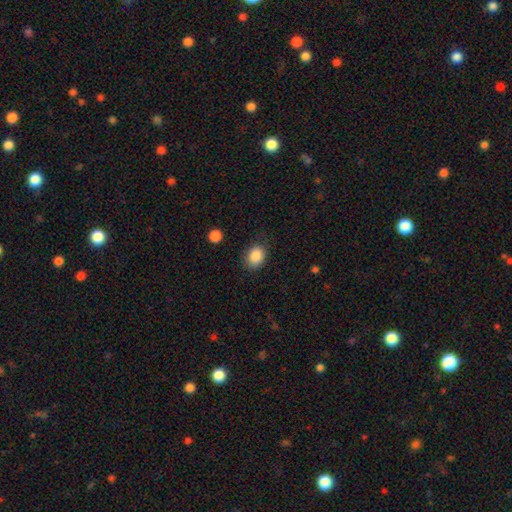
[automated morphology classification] Overall: smooth (87%). How rounded: in between (58%; round 41%). Merging: none (81%).